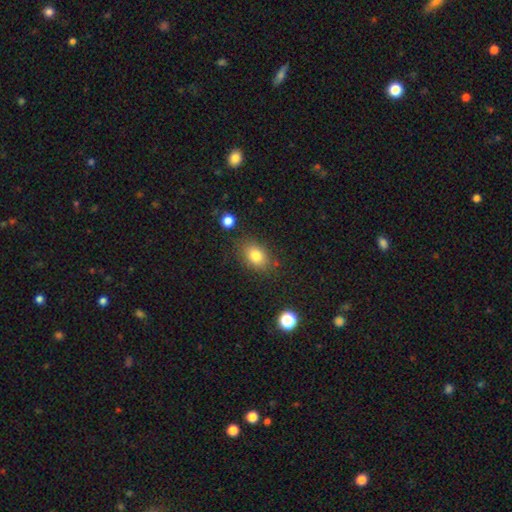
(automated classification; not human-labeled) smooth 80%, star or artifact 10%, featured or disk 9%. Down the decision tree: how rounded — in between (76%); merging — none (79%).